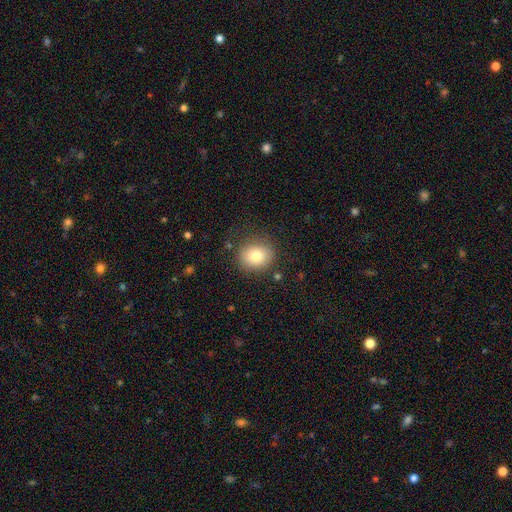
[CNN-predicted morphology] Smooth or featured: smooth — 79% (featured or disk — 11%)
How rounded: round — 69% (in between — 30%)
Merging: none — 81% (minor disturbance — 12%)